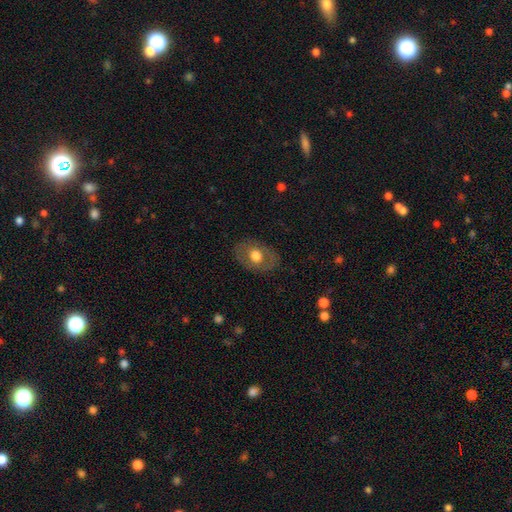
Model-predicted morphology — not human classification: A smooth galaxy with no disk features (56%) that is in between round and cigar-shaped (70%). Merging: none (81%).